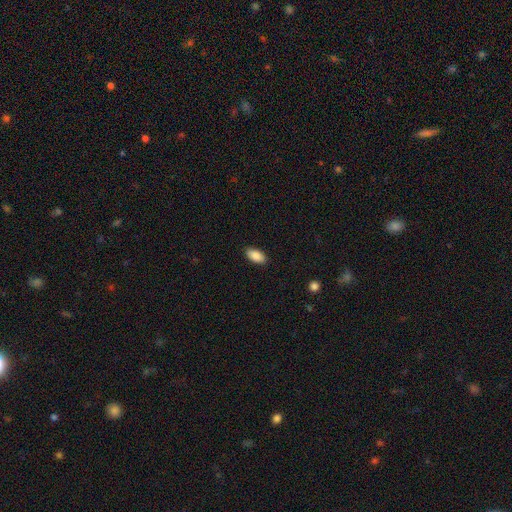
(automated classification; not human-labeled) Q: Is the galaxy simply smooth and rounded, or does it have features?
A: smooth — 88%.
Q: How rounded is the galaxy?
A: in between — 93%.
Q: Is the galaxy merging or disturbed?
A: none — 89%.